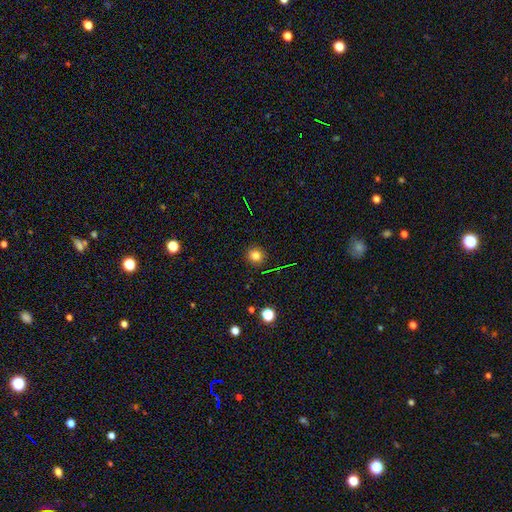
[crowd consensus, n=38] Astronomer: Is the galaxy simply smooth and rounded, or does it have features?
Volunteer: smooth — 84%.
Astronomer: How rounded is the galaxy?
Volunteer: round — 84%.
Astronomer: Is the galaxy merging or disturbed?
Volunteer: none — 88%.